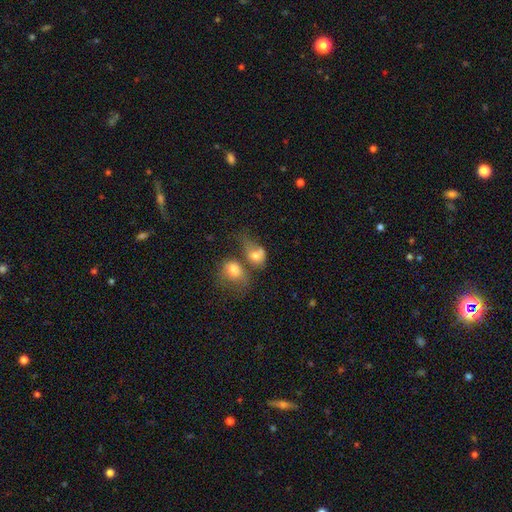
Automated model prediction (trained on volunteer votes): Overall: smooth (69%). How rounded: in between (58%; round 40%). Merging: merger (60%).